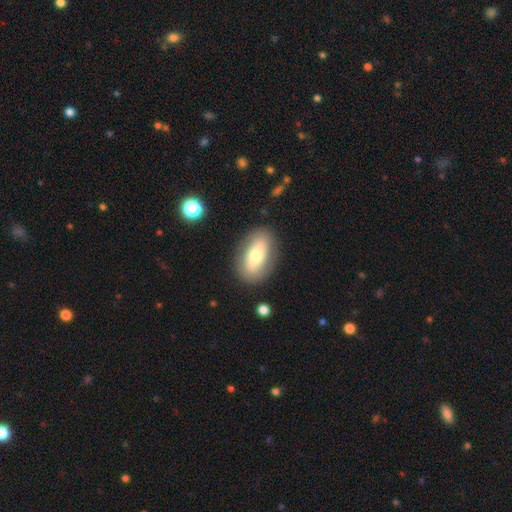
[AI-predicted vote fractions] This appears to be a smooth galaxy with no disk features (62%) that is in between round and cigar-shaped (89%). Merging: none (84%).